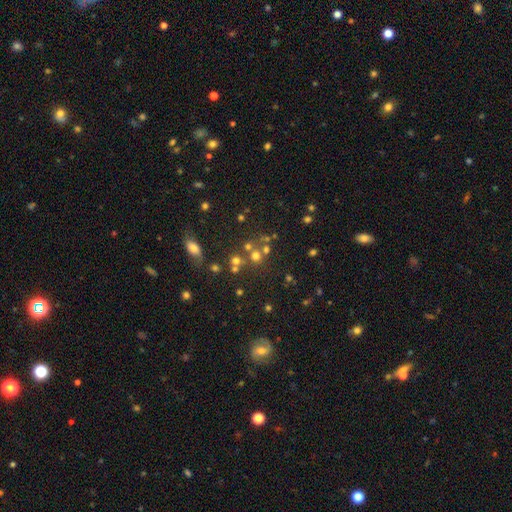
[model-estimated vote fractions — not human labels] Q: Smooth or featured?
A: smooth (57%); runner-up: star or artifact (29%)
Q: How rounded?
A: round (87%); runner-up: in between (12%)
Q: Merging?
A: none (59%); runner-up: merger (27%)